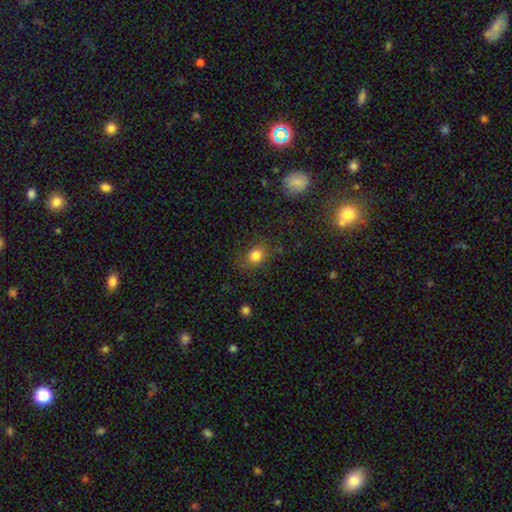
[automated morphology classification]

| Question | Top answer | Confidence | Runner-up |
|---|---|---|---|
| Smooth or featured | smooth | 81% | star or artifact (12%) |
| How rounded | round | 54% | in between (45%) |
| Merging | none | 74% | minor disturbance (17%) |